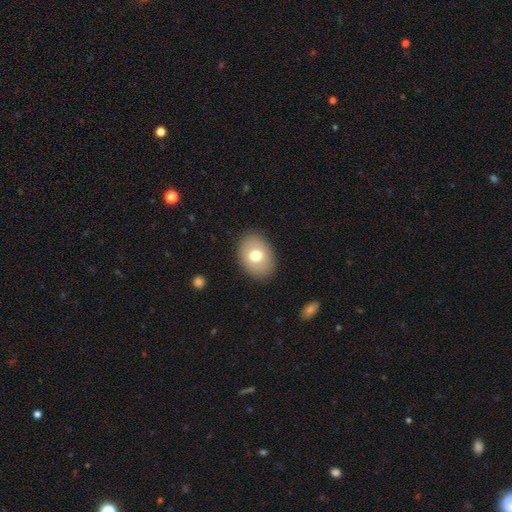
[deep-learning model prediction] Smooth or featured?
  - smooth: 71% *
  - featured or disk: 21%
  - star or artifact: 8%
How rounded?
  - in between: 72% *
  - round: 27%
  - cigar-shaped: 1%
Merging?
  - none: 88% *
  - minor disturbance: 9%
  - major disturbance: 3%
  - merger: 1%